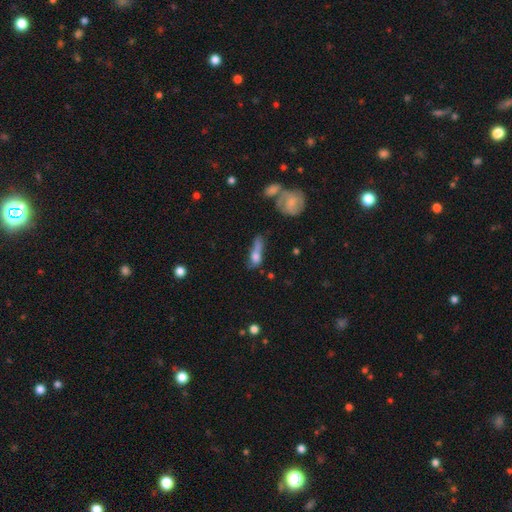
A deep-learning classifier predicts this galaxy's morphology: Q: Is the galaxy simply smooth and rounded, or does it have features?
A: smooth — 58%.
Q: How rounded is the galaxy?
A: in between — 50%.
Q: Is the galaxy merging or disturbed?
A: major disturbance — 31%.